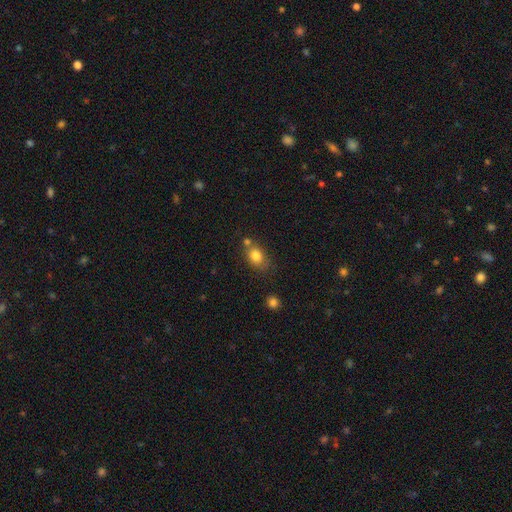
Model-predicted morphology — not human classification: smooth-or-featured: smooth: 82% | star or artifact: 10% | featured or disk: 9%
  how-rounded: in between: 60% | round: 39% | cigar-shaped: 2%
  merging: none: 58% | merger: 19% | minor disturbance: 18% | major disturbance: 5%